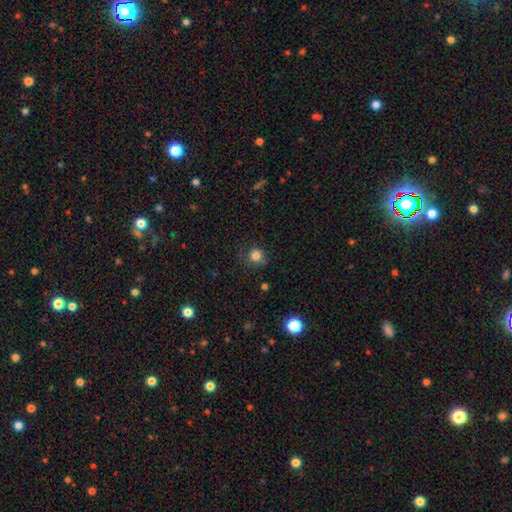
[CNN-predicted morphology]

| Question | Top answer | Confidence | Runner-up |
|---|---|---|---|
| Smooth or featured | smooth | 81% | star or artifact (12%) |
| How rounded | round | 89% | in between (10%) |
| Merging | none | 70% | minor disturbance (19%) |